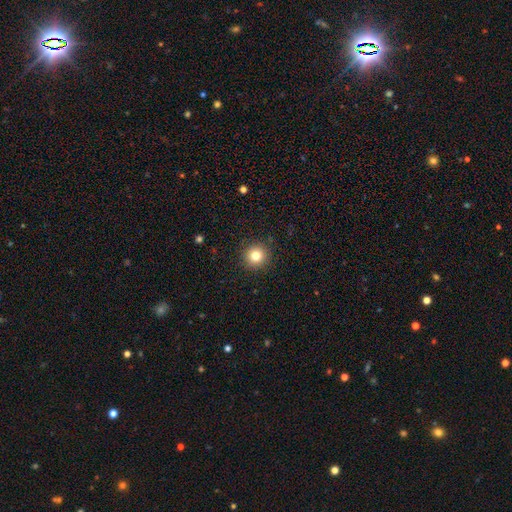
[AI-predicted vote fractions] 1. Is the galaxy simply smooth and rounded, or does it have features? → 81% smooth, 12% star or artifact, 7% featured or disk.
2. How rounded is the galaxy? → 95% round, 4% in between, 1% cigar-shaped.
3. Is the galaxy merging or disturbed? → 92% none, 5% minor disturbance, 2% major disturbance, 1% merger.